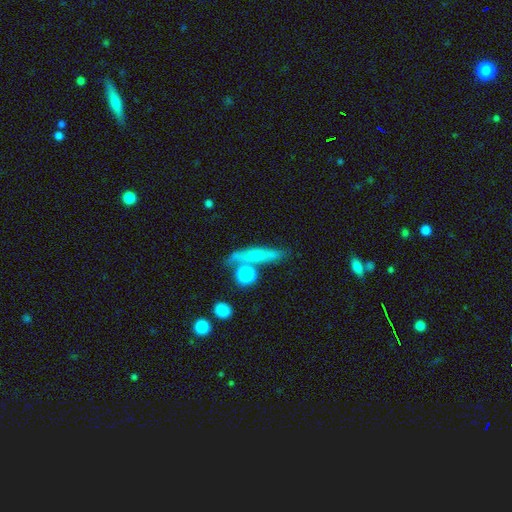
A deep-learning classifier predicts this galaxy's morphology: smooth_or_featured: smooth (p=0.59) [alt: featured or disk p=0.31]
how_rounded: cigar-shaped (p=0.66) [alt: round p=0.17]
merging: none (p=0.61) [alt: merger p=0.16]